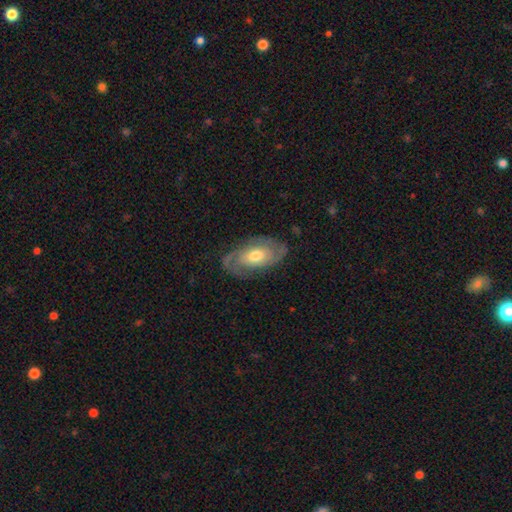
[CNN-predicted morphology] Smooth or featured? Predicted: featured or disk (p=0.75). Edge-on disk? Predicted: no (p=0.93). Bar? Predicted: no (p=0.72). Spiral arms? Predicted: yes (p=0.88). Spiral winding? Predicted: tight (p=0.51). Spiral arm count? Predicted: 2 (p=0.65). Bulge size? Predicted: moderate (p=0.73). Merging? Predicted: none (p=0.73).